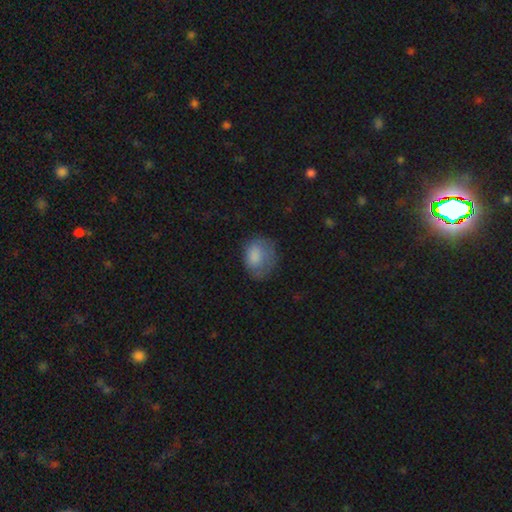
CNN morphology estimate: smooth-or-featured: smooth: 77% | featured or disk: 14% | star or artifact: 9%
  how-rounded: in between: 56% | round: 43% | cigar-shaped: 1%
  merging: none: 47% | minor disturbance: 29% | major disturbance: 22% | merger: 2%